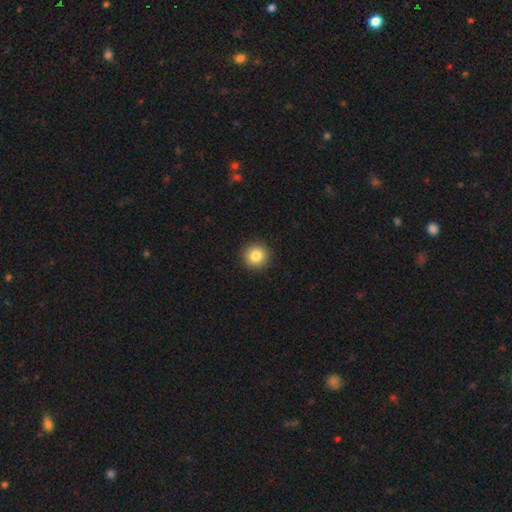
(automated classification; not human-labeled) Smooth or featured: smooth — 84% (star or artifact — 10%)
How rounded: round — 95% (in between — 4%)
Merging: none — 93% (minor disturbance — 5%)